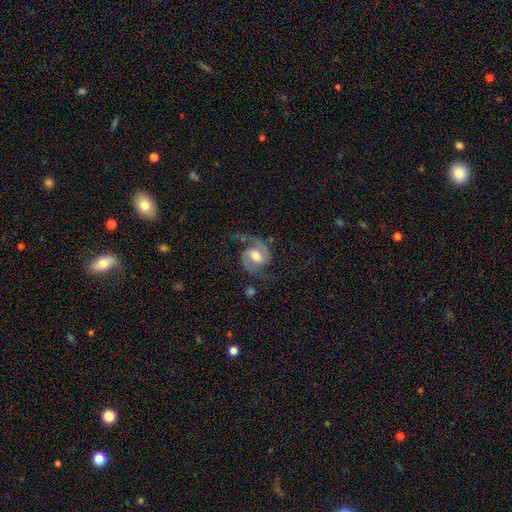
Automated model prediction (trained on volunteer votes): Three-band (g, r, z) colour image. It shows a featured or disk galaxy (90%) with a weak bar (46%), 2 (93%) medium (56%) spiral arms (98%) and a moderate central bulge (54%). Merging: none (70%).